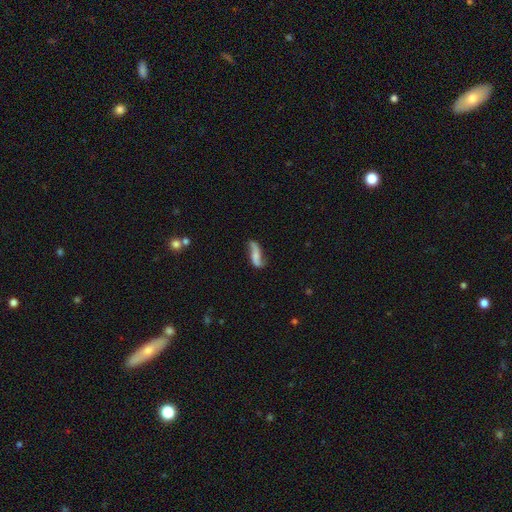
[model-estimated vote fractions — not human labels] Overall: featured or disk (57%; smooth 35%). Edge-on disk: no (85%). Merging: none (63%; minor disturbance 24%).